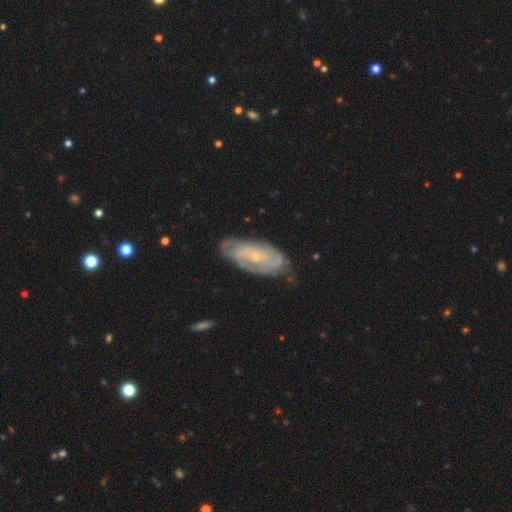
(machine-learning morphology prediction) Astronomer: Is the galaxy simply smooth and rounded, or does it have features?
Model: featured or disk — 76%.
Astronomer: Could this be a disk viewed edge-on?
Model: no — 92%.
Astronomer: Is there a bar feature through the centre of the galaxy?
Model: no — 69%.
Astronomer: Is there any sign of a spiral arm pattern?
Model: yes — 88%.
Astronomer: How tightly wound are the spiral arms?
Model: tight — 63%.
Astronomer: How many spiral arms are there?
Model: can't tell — 45% (runner-up: 2, 26%).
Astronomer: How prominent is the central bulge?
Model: small — 75%.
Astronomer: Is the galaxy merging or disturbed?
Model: none — 72%.